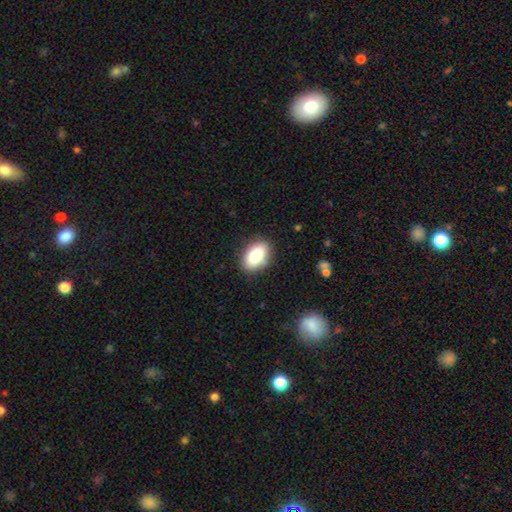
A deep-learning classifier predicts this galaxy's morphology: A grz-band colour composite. It shows a smooth galaxy with no disk features (84%) that is in between round and cigar-shaped (90%). Merging: none (86%).